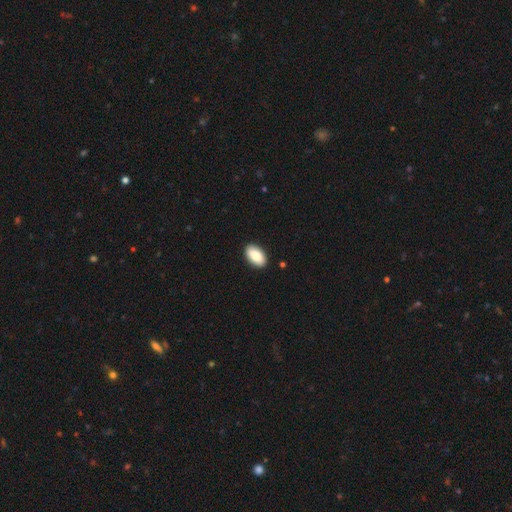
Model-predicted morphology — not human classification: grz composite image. It shows a smooth galaxy with no disk features (87%) that is in between round and cigar-shaped (94%). Merging: none (90%).